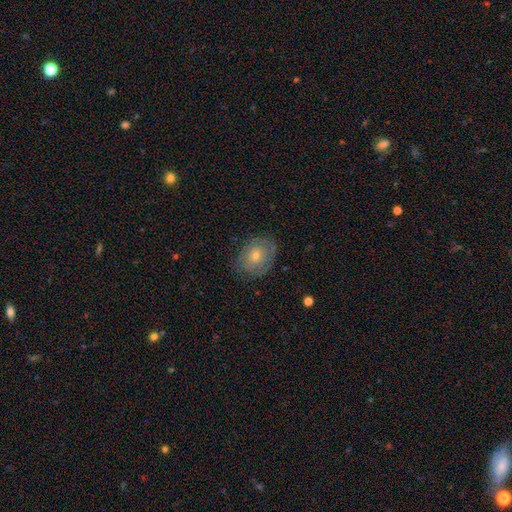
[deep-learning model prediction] smooth 46%, featured or disk 43%, star or artifact 11%. Down the decision tree: merging — none (78%).